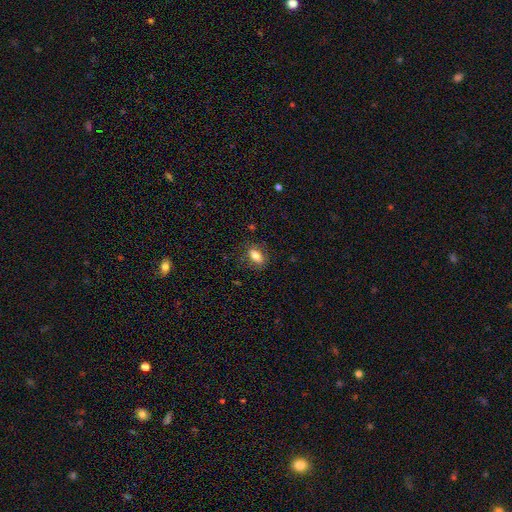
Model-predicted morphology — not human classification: A smooth galaxy with no disk features (77%) that is in between round and cigar-shaped (84%).

Vote fractions:
- Smooth or featured? smooth: 77% / featured or disk: 14% / star or artifact: 9%
- How rounded? in between: 84% / round: 9% / cigar-shaped: 7%
- Merging? none: 79% / minor disturbance: 15% / major disturbance: 5% / merger: 1%